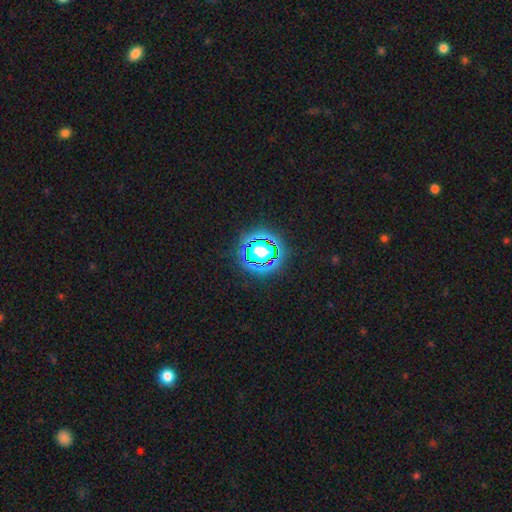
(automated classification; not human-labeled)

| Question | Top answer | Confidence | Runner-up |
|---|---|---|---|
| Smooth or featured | star or artifact | 80% | smooth (13%) |